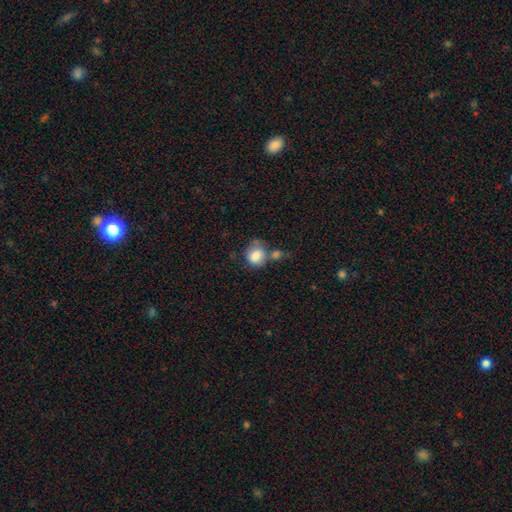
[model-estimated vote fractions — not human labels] The model was most divided on "merging": none: 37%, merger: 33%, minor disturbance: 19%, major disturbance: 11%. More confident: smooth or featured — smooth (82%); how rounded — round (65%).